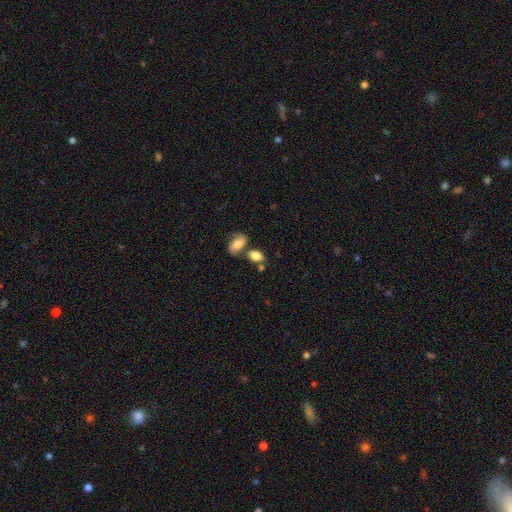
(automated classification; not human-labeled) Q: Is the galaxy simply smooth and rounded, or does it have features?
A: smooth — 82%.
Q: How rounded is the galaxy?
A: in between — 83%.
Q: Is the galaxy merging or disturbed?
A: none — 51%.